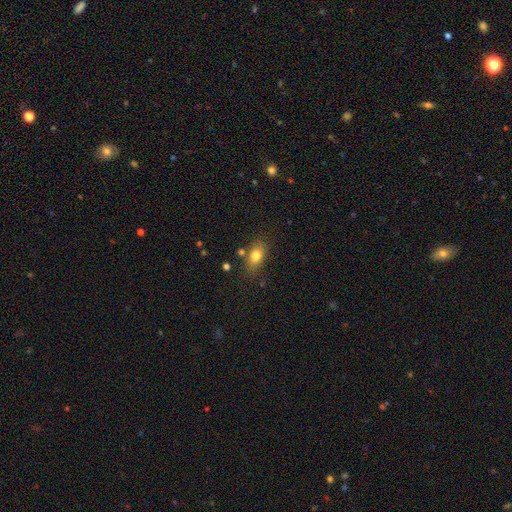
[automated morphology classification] Q: Smooth or featured?
A: smooth (79%); runner-up: featured or disk (11%)
Q: How rounded?
A: in between (80%); runner-up: round (16%)
Q: Merging?
A: none (77%); runner-up: minor disturbance (14%)